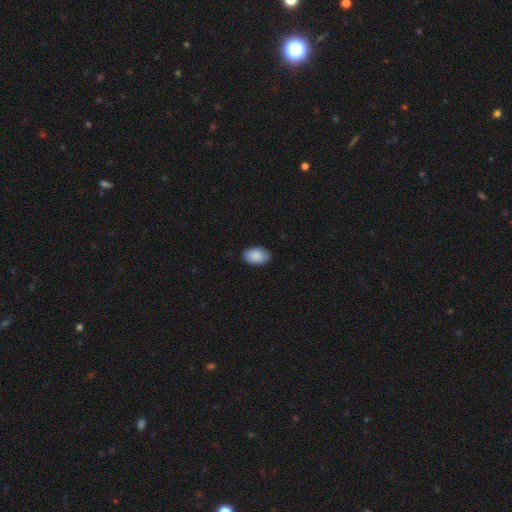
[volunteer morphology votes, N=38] This appears to be a smooth galaxy with no disk features (89%) that is in between round and cigar-shaped (91%). Merging: none (83%).